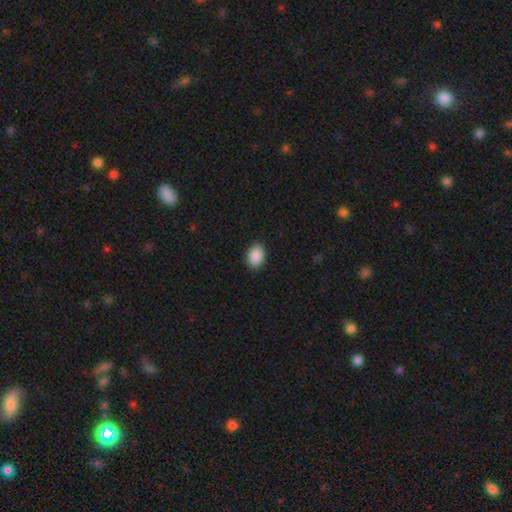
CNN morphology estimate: This is clearly a smooth galaxy (90%). How rounded: likely in between (78%). Merging: clearly none (89%).